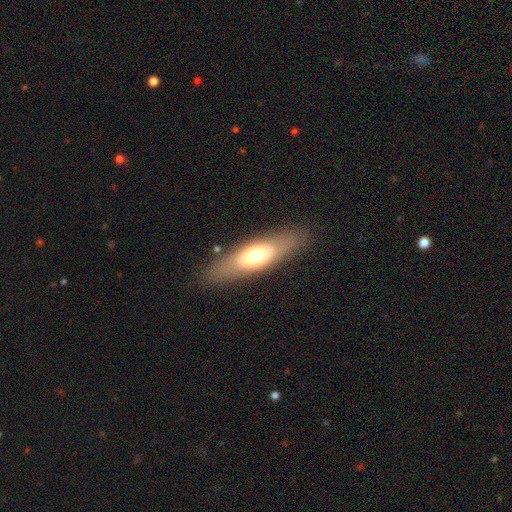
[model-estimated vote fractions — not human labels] Smooth or featured? smooth (57%)
How rounded? in between (54%)
Merging? none (83%)